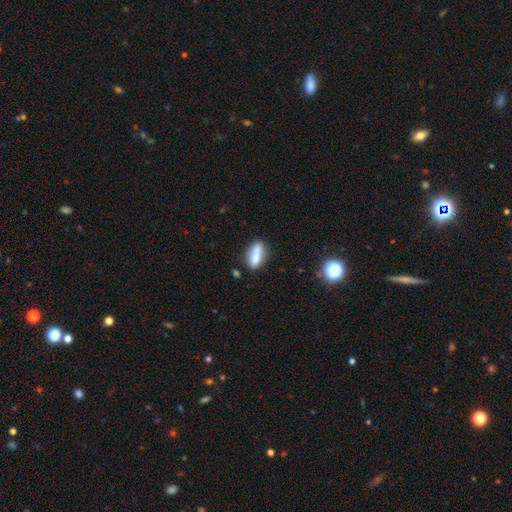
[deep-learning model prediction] Smooth or featured: smooth — 75% (featured or disk — 17%)
How rounded: in between — 68% (cigar-shaped — 28%)
Merging: none — 62% (minor disturbance — 18%)